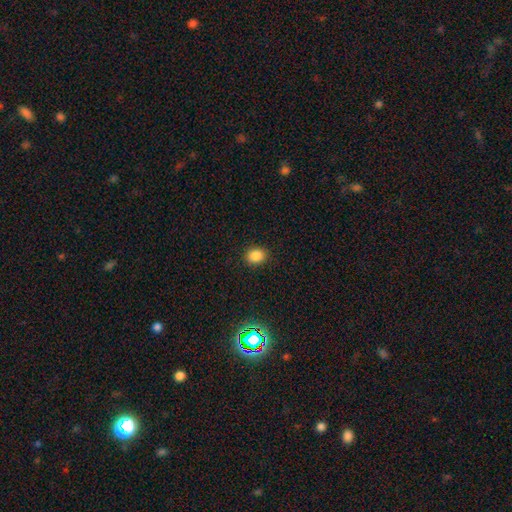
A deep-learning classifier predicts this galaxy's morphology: Overall: smooth (85%). How rounded: round (56%; in between 43%). Merging: none (89%).